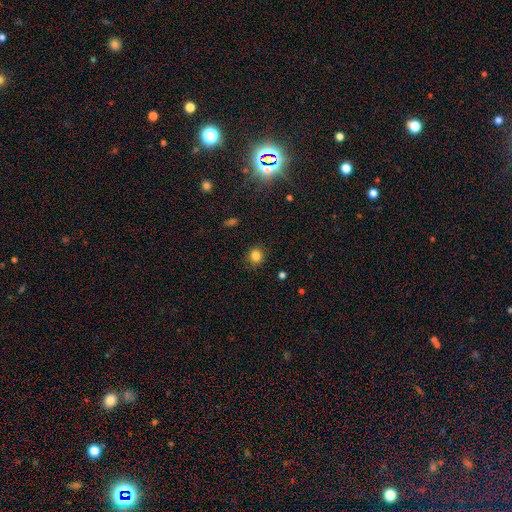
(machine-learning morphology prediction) smooth_or_featured: smooth (p=0.83) [alt: star or artifact p=0.12]
how_rounded: round (p=0.83) [alt: in between p=0.16]
merging: none (p=0.87) [alt: minor disturbance p=0.09]